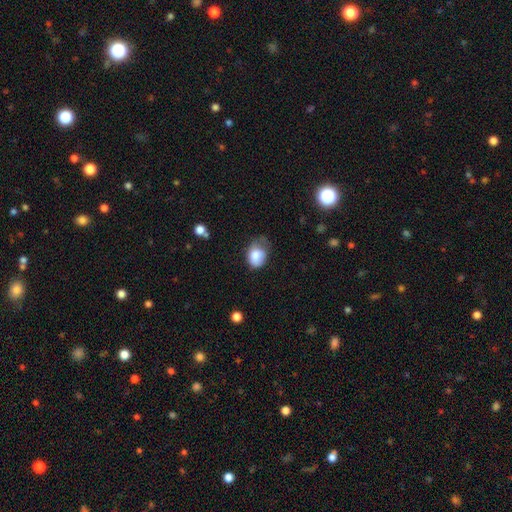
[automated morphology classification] smooth 80%, featured or disk 12%, star or artifact 8%. Down the decision tree: how rounded — in between (59%); merging — minor disturbance (42%).